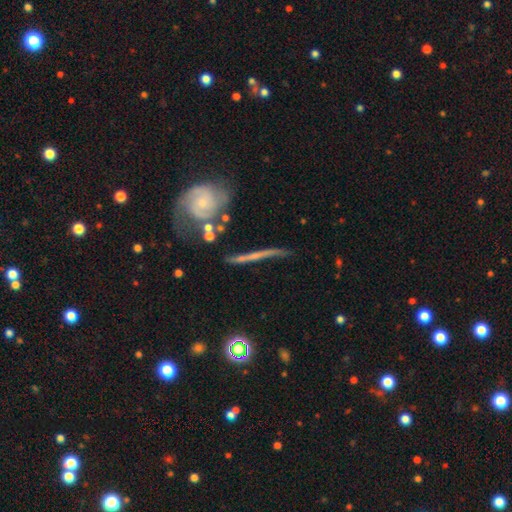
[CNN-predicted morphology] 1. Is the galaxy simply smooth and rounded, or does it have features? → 73% featured or disk, 18% smooth, 9% star or artifact.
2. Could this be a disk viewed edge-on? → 78% yes, 22% no.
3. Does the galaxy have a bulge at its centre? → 73% none, 19% rounded, 8% boxy.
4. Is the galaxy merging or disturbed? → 68% none, 18% minor disturbance, 8% merger, 7% major disturbance.